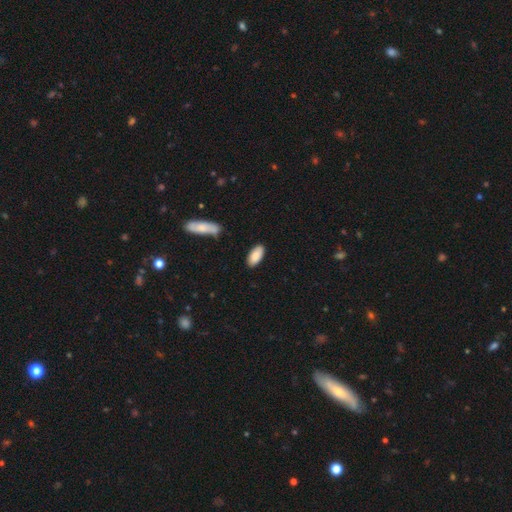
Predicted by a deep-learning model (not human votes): This appears to be a smooth galaxy with no disk features (88%) that is in between round and cigar-shaped (90%). Merging: none (86%).